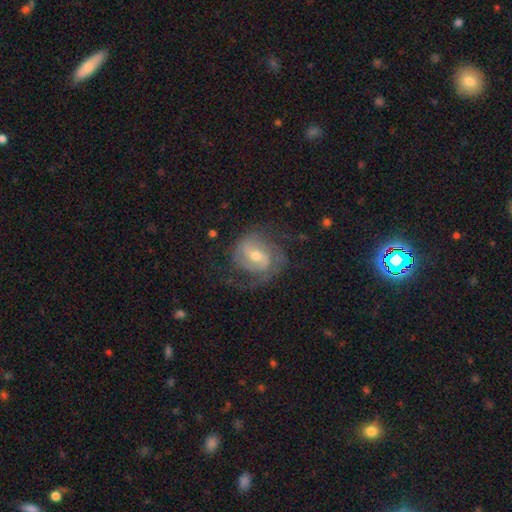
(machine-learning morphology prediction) smooth-or-featured: featured or disk: 82% | smooth: 12% | star or artifact: 6%
  disk-edge-on: no: 97% | yes: 3%
    bar: weak: 47% | no: 36% | strong: 17%
    has-spiral-arms: yes: 94% | no: 6%
      spiral-winding: medium: 44% | tight: 38% | loose: 18%
      spiral-arm-count: 2: 61% | can't tell: 17% | 3: 11% | 1: 6% | 4: 3% | more than 4: 3%
    bulge-size: moderate: 54% | small: 41% | large: 2% | none: 1% | dominant: 1%
  merging: none: 63% | minor disturbance: 20% | major disturbance: 16% | merger: 1%